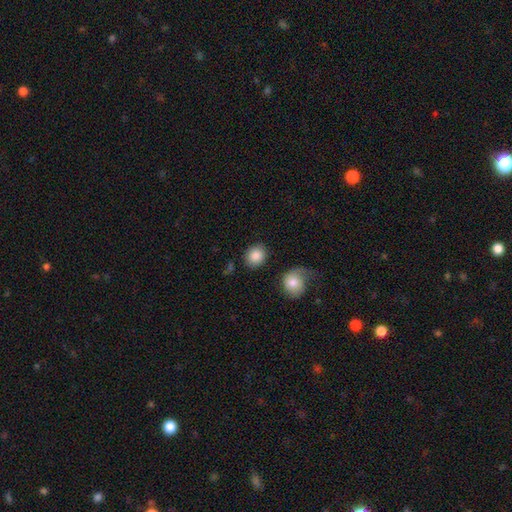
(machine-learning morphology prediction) Smooth or featured: smooth — 87% (star or artifact — 7%)
How rounded: round — 67% (in between — 32%)
Merging: none — 81% (minor disturbance — 10%)